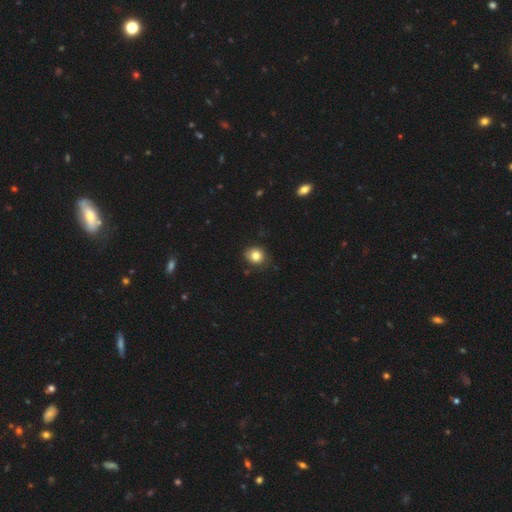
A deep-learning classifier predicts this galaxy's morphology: This is clearly a smooth galaxy (82%). How rounded: likely round (76%). Merging: clearly none (80%).